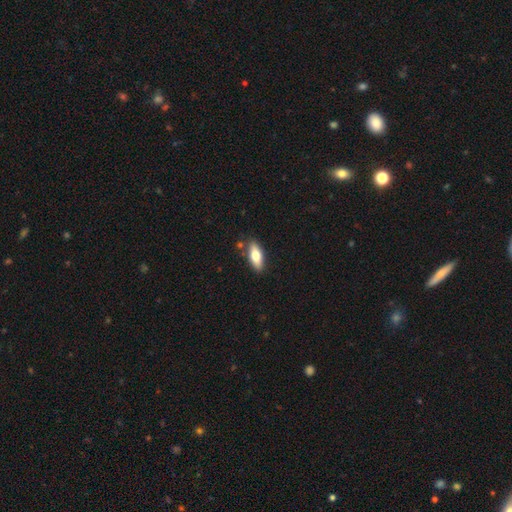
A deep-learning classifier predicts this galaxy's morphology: A smooth galaxy with no disk features (68%) that is in between round and cigar-shaped (71%). Merging: none (84%).